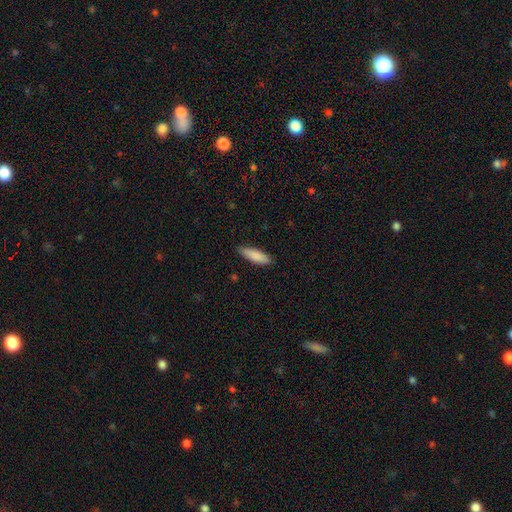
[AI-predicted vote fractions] Smooth or featured? smooth (86%)
How rounded? cigar-shaped (56%)
Merging? none (86%)